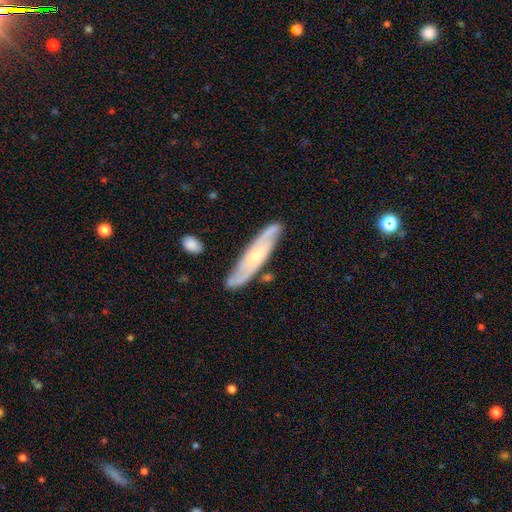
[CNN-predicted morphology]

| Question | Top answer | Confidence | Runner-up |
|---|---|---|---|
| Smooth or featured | featured or disk | 74% | smooth (20%) |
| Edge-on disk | no | 70% | yes (30%) |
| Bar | no | 55% | weak (33%) |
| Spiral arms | yes | 93% | no (7%) |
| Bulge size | small | 60% | moderate (33%) |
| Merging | none | 81% | minor disturbance (14%) |